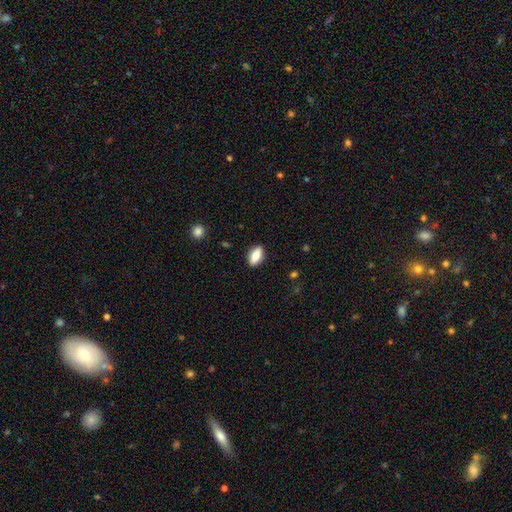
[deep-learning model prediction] smooth-or-featured: smooth: 77% | featured or disk: 16% | star or artifact: 7%
  how-rounded: in between: 85% | cigar-shaped: 11% | round: 5%
  merging: none: 88% | minor disturbance: 9% | major disturbance: 2% | merger: 1%